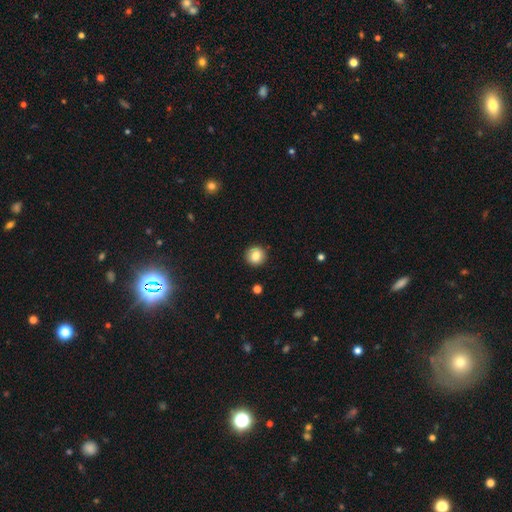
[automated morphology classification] Smooth or featured: smooth — 84% (star or artifact — 9%)
How rounded: round — 93% (in between — 6%)
Merging: none — 92% (minor disturbance — 5%)